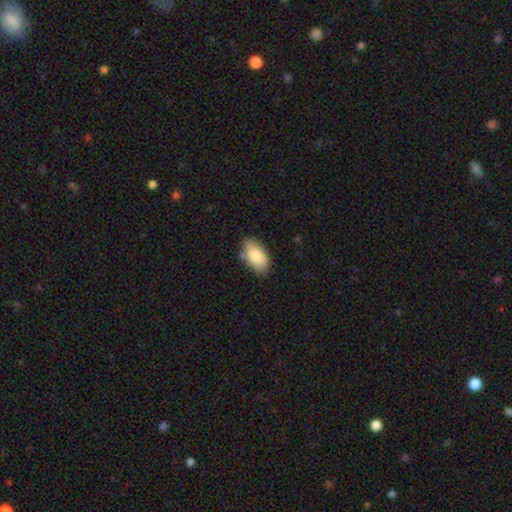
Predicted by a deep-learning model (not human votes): smooth-or-featured: smooth: 80% | featured or disk: 14% | star or artifact: 7%
  how-rounded: in between: 93% | round: 4% | cigar-shaped: 2%
  merging: none: 71% | minor disturbance: 20% | merger: 4% | major disturbance: 4%